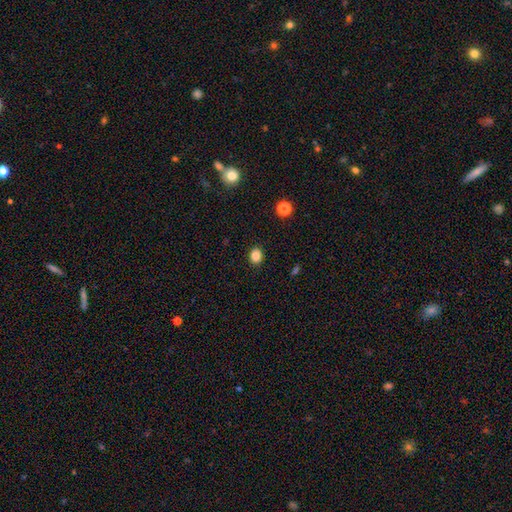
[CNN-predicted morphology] A smooth galaxy with no disk features (85%) that is round (61%).

Vote fractions:
- Smooth or featured? smooth: 85% / star or artifact: 11% / featured or disk: 4%
- How rounded? round: 61% / in between: 38% / cigar-shaped: 1%
- Merging? none: 90% / minor disturbance: 7% / major disturbance: 2% / merger: 1%